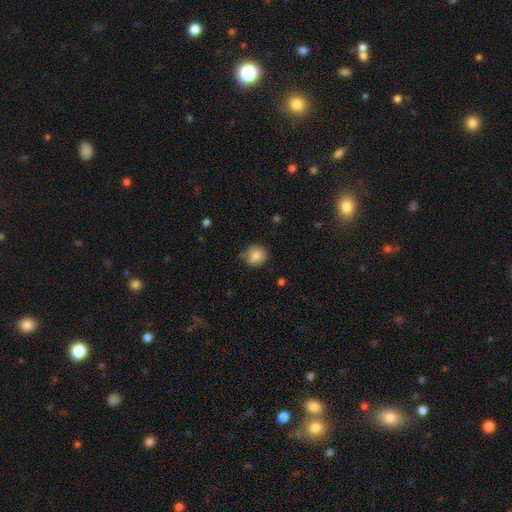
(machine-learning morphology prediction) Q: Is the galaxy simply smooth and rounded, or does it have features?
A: smooth — 84%.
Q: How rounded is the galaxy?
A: round — 83%.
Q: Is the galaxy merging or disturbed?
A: none — 77%.